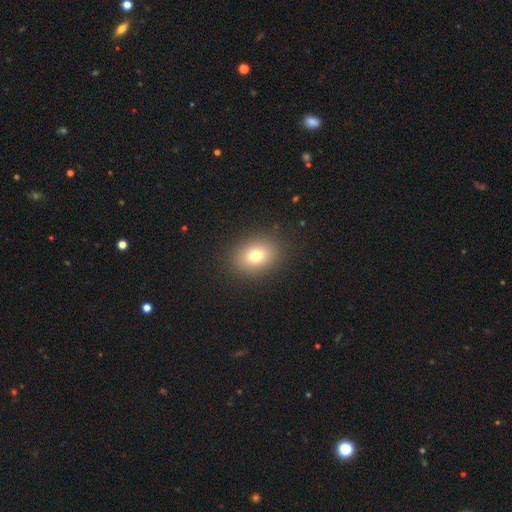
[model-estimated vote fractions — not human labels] smooth_or_featured: smooth (p=0.76) [alt: star or artifact p=0.13]
how_rounded: in between (p=0.58) [alt: round p=0.40]
merging: none (p=0.88) [alt: minor disturbance p=0.08]